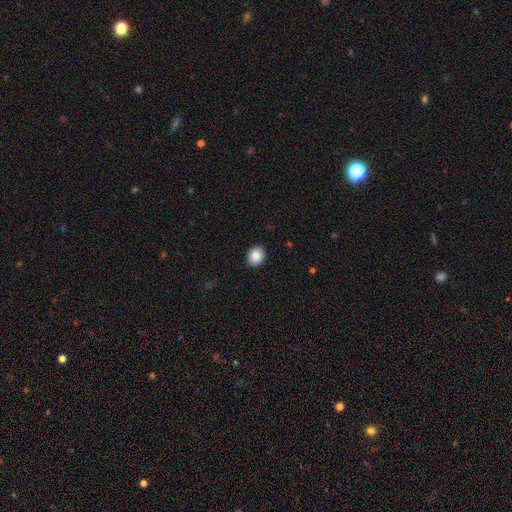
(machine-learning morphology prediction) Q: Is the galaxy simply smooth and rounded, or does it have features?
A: smooth — 85%.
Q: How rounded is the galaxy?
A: round — 60%.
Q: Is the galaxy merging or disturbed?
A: none — 92%.